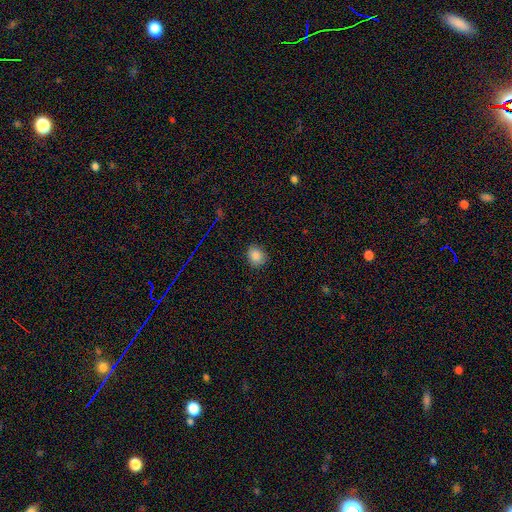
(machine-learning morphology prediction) type=smooth (83%); roundness=round (58%); merging=none (84%).